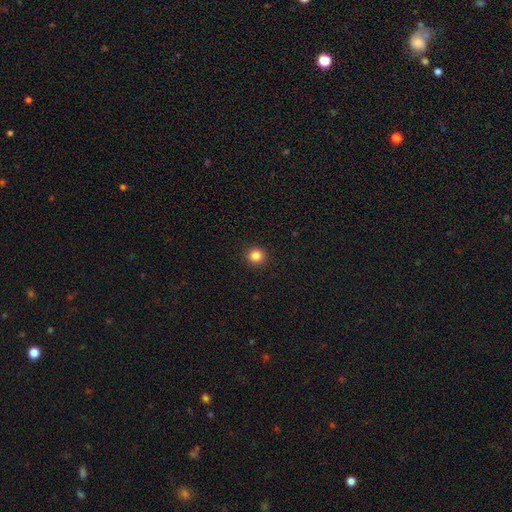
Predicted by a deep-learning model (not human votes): This appears to be a smooth galaxy with no disk features (85%) that is round (93%). Merging: none (93%).